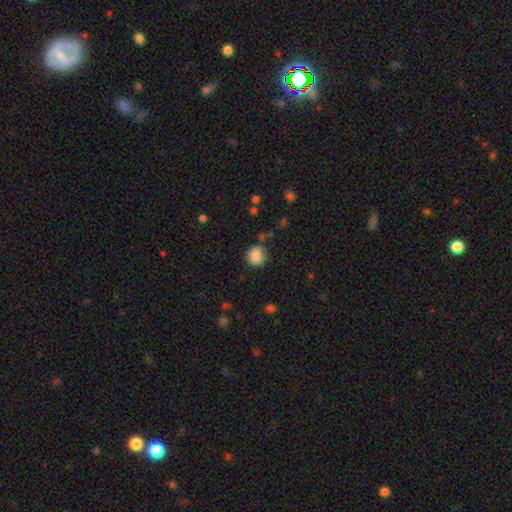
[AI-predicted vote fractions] Smooth or featured: smooth — 84% (star or artifact — 9%)
How rounded: round — 81% (in between — 18%)
Merging: none — 78% (minor disturbance — 15%)